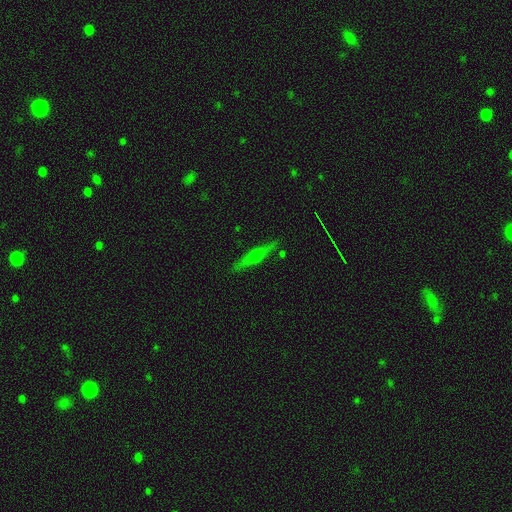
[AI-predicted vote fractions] smooth_or_featured: featured or disk (p=0.67) [alt: smooth p=0.25]
disk_edge_on: yes (p=0.96) [alt: no p=0.04]
edge_on_bulge: rounded (p=0.92) [alt: boxy p=0.04]
merging: none (p=0.87) [alt: minor disturbance p=0.09]